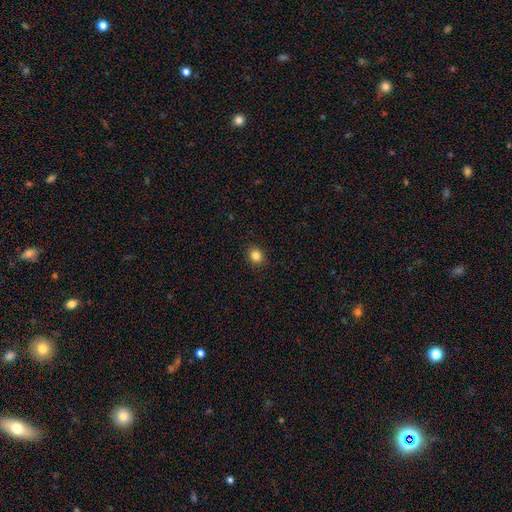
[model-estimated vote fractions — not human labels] The model was most divided on "how rounded": round: 65%, in between: 34%, cigar-shaped: 1%. More confident: merging — none (91%); smooth or featured — smooth (83%).